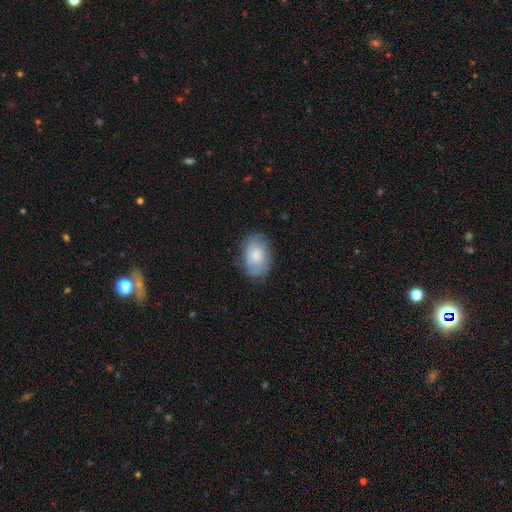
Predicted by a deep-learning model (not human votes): A smooth galaxy with no disk features (68%) that is in between round and cigar-shaped (88%).

Vote fractions:
- Smooth or featured? smooth: 68% / featured or disk: 25% / star or artifact: 7%
- How rounded? in between: 88% / round: 11% / cigar-shaped: 1%
- Merging? none: 73% / minor disturbance: 20% / major disturbance: 5% / merger: 1%